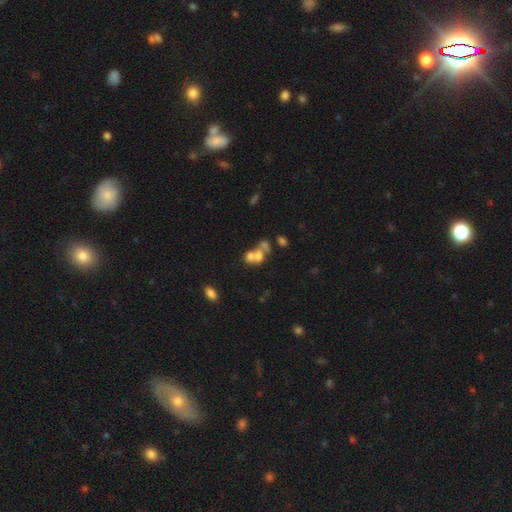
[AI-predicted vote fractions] A smooth galaxy with no disk features (55%) that is in between round and cigar-shaped (60%).

Vote fractions:
- Smooth or featured? smooth: 55% / featured or disk: 30% / star or artifact: 15%
- How rounded? in between: 60% / round: 38% / cigar-shaped: 2%
- Merging? merger: 64% / none: 20% / major disturbance: 9% / minor disturbance: 8%